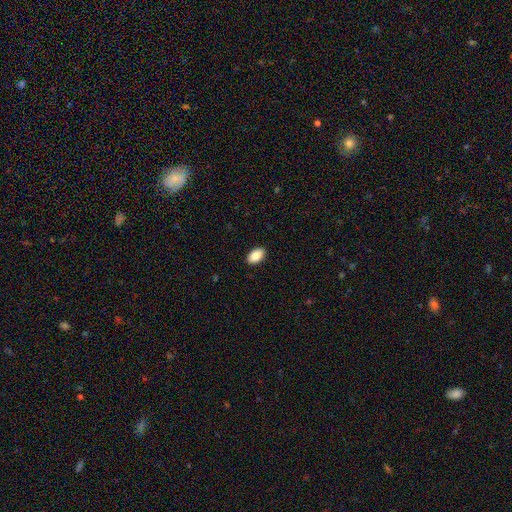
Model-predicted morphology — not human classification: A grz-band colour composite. It shows a smooth galaxy with no disk features (87%) that is in between round and cigar-shaped (94%). Merging: none (90%).